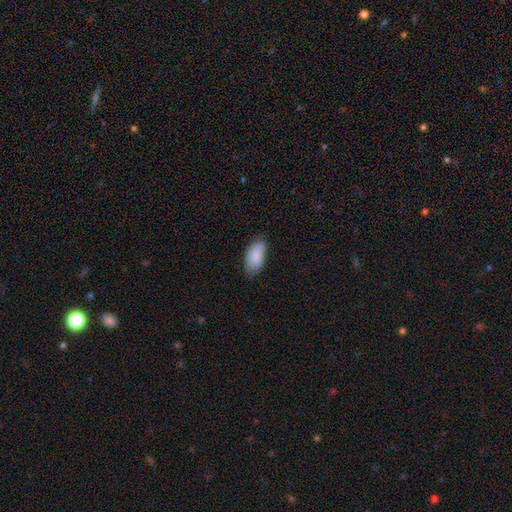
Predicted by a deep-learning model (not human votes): Smooth or featured? smooth (86%)
How rounded? in between (93%)
Merging? none (67%)